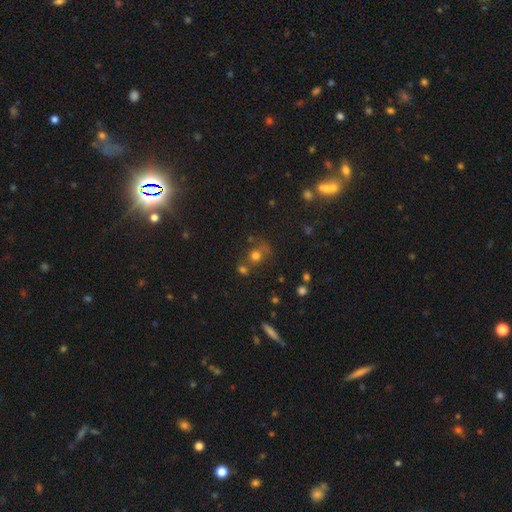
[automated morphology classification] smooth_or_featured: smooth (p=0.68) [alt: star or artifact p=0.21]
how_rounded: round (p=0.81) [alt: in between p=0.18]
merging: none (p=0.52) [alt: merger p=0.23]